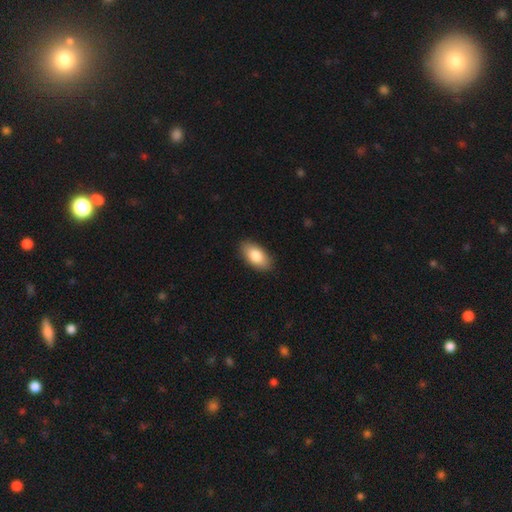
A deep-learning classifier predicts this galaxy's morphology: type=smooth (84%); roundness=in between (93%); merging=none (88%).